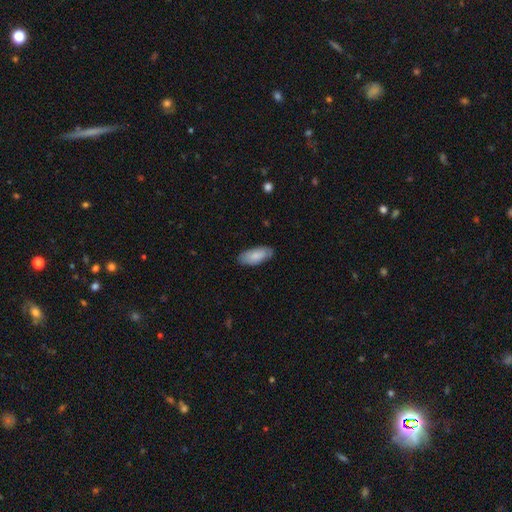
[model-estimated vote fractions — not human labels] The model was most divided on "merging": none: 80%, minor disturbance: 16%, major disturbance: 3%, merger: 1%. More confident: how rounded — in between (87%); smooth or featured — smooth (81%).